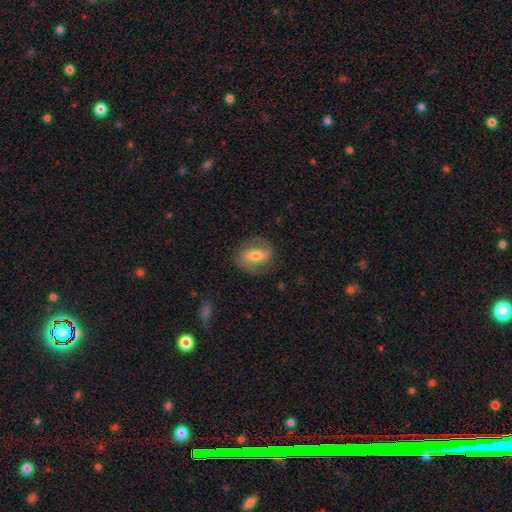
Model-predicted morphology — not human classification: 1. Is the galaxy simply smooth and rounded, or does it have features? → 66% featured or disk, 28% smooth, 6% star or artifact.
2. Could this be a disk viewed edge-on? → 94% no, 6% yes.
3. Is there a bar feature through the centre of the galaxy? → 42% strong, 35% weak, 23% no.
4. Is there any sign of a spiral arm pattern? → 81% yes, 19% no.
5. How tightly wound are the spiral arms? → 46% medium, 29% loose, 25% tight.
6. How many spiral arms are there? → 86% 2, 7% can't tell, 4% 1, 1% 3, 1% 4, 1% more than 4.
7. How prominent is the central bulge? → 64% moderate, 26% small, 7% large, 2% none, 1% dominant.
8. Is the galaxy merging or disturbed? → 78% none, 14% minor disturbance, 6% major disturbance, 1% merger.